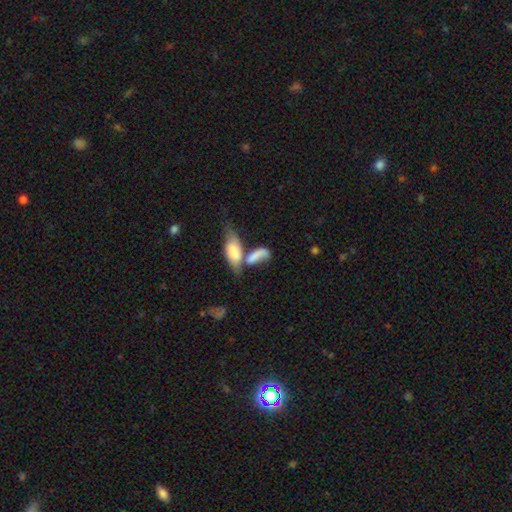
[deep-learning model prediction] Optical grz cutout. It shows a smooth galaxy with no disk features (70%) that is in between round and cigar-shaped (75%). Merging: merger (62%).